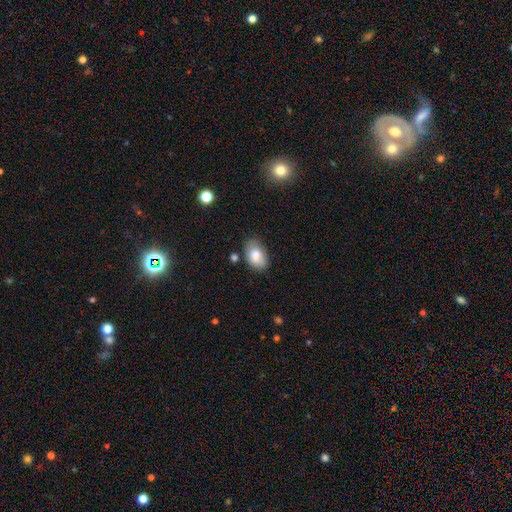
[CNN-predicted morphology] Smooth or featured? smooth (82%)
How rounded? in between (89%)
Merging? none (69%)